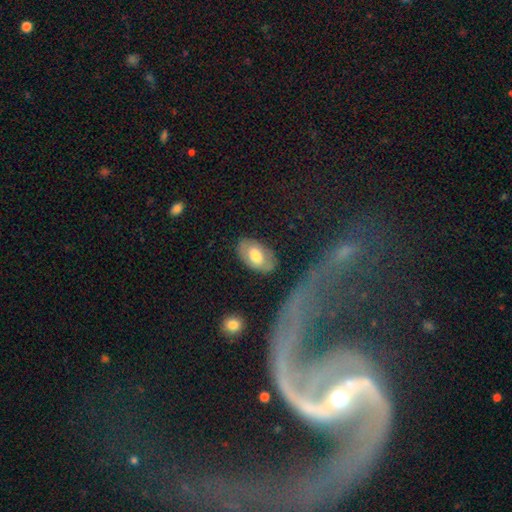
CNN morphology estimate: Smooth or featured? Predicted: smooth (p=0.66). How rounded? Predicted: in between (p=0.93). Merging? Predicted: none (p=0.78).